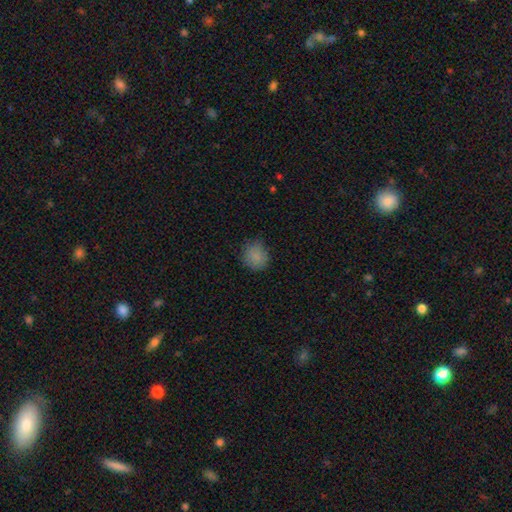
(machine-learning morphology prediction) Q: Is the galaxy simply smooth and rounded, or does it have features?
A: smooth — 84%.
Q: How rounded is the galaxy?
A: round — 82%.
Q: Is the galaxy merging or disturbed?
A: none — 78%.